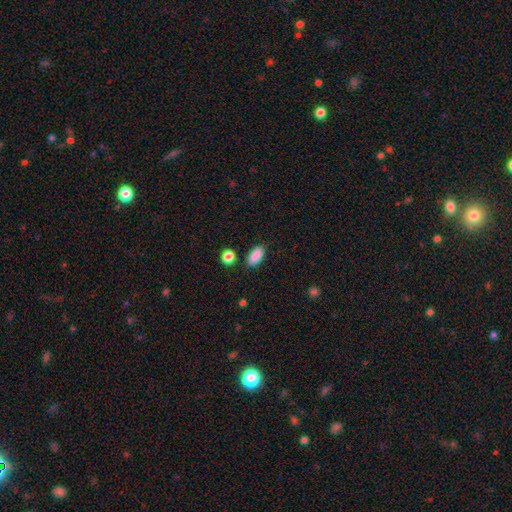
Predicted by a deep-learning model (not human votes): The model was most divided on "how rounded": in between: 85%, cigar-shaped: 12%, round: 4%. More confident: smooth or featured — smooth (88%); merging — none (84%).